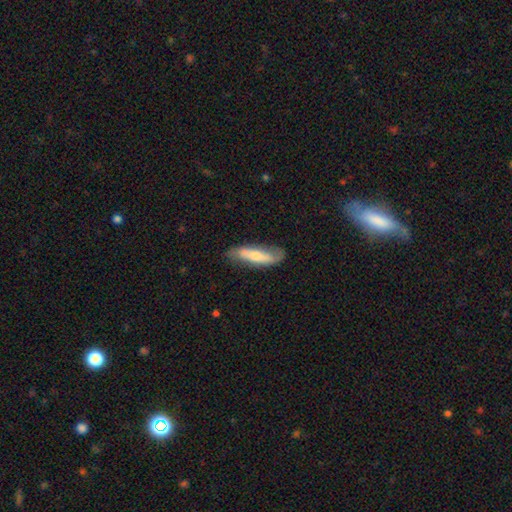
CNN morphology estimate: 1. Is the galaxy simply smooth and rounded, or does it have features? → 56% smooth, 39% featured or disk, 6% star or artifact.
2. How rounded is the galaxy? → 59% cigar-shaped, 39% in between, 2% round.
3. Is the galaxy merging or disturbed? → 69% none, 22% minor disturbance, 7% major disturbance, 2% merger.